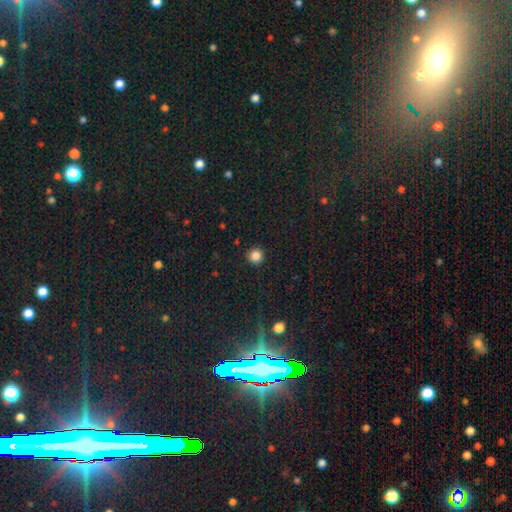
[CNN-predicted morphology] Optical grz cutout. It shows a smooth galaxy with no disk features (85%) that is round (95%). Merging: none (92%).